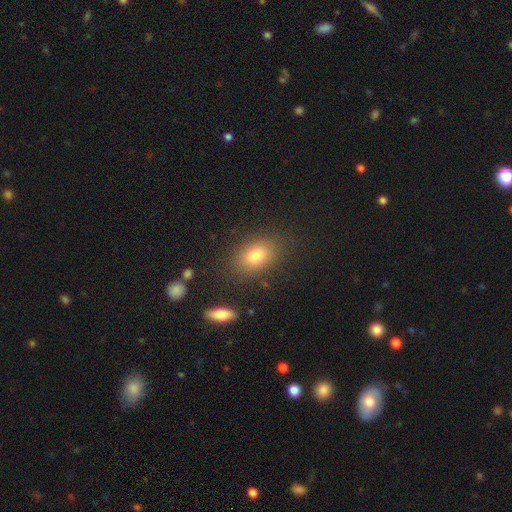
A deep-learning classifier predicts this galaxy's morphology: Q: Smooth or featured?
A: smooth (78%); runner-up: featured or disk (11%)
Q: How rounded?
A: in between (78%); runner-up: round (19%)
Q: Merging?
A: none (82%); runner-up: minor disturbance (11%)